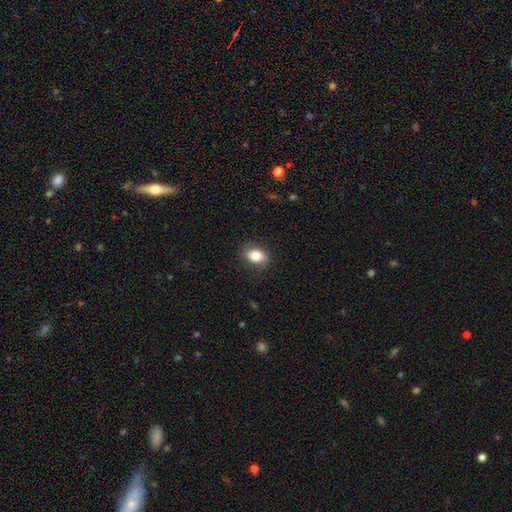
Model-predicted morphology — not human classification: A smooth galaxy with no disk features (81%) that is in between round and cigar-shaped (76%). Merging: none (83%).